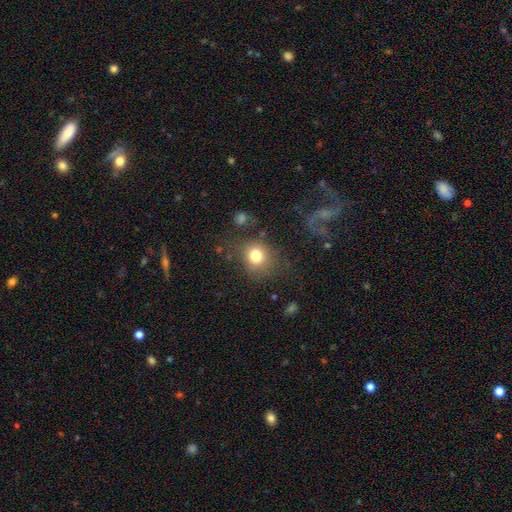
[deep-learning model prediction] Morphology: type=smooth (78%); roundness=round (71%); merging=none (67%).